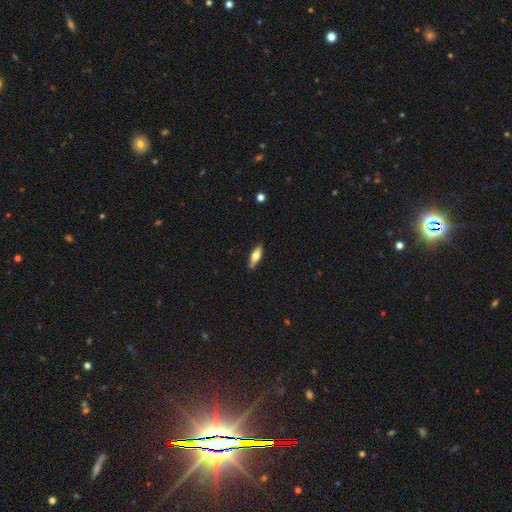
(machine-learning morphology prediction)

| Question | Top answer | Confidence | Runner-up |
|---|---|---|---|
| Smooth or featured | smooth | 54% | featured or disk (40%) |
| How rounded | cigar-shaped | 50% | in between (48%) |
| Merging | none | 87% | minor disturbance (10%) |